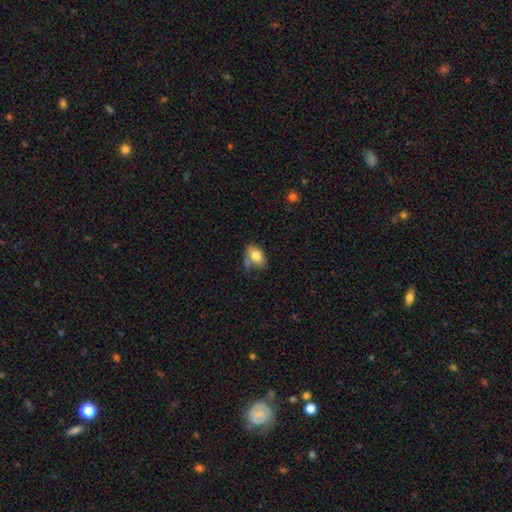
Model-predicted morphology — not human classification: Smooth or featured: smooth — 78% (featured or disk — 14%)
How rounded: in between — 78% (round — 21%)
Merging: none — 46% (minor disturbance — 30%)